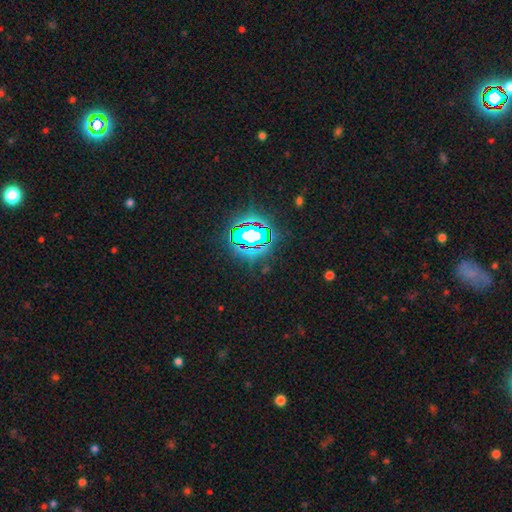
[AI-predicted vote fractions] Morphology: type=star or artifact (84%).